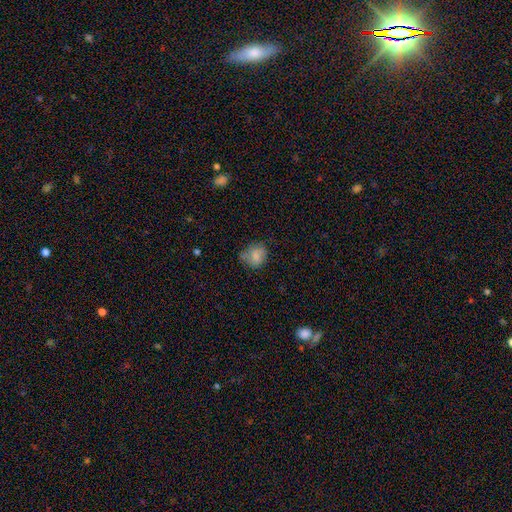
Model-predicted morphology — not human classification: Smooth or featured: smooth — 77% (featured or disk — 14%)
How rounded: round — 68% (in between — 31%)
Merging: none — 60% (minor disturbance — 28%)